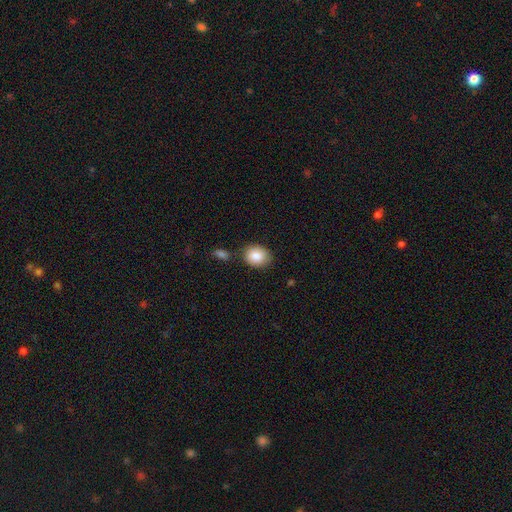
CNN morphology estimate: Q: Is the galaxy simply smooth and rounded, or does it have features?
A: smooth — 85%.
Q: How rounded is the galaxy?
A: in between — 50%.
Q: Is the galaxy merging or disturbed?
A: none — 79%.